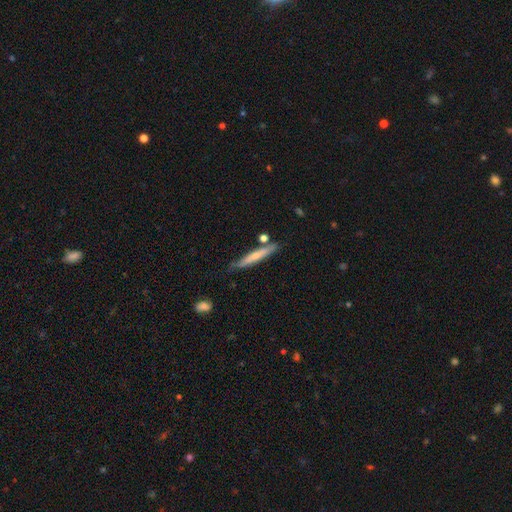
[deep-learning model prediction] Q: Smooth or featured?
A: smooth (53%); runner-up: featured or disk (41%)
Q: How rounded?
A: cigar-shaped (93%); runner-up: in between (5%)
Q: Merging?
A: none (74%); runner-up: minor disturbance (17%)